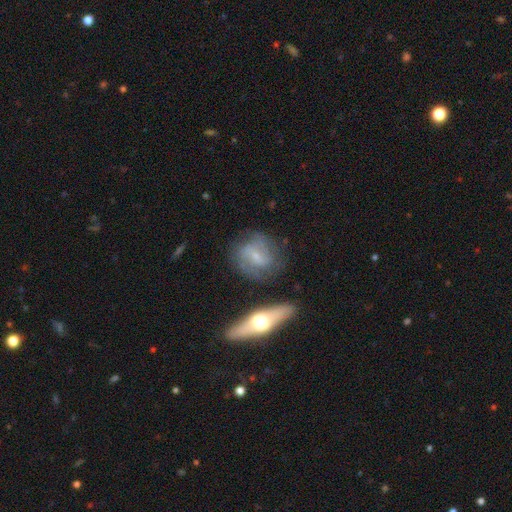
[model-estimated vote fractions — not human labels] Smooth or featured?
  - featured or disk: 68% *
  - smooth: 25%
  - star or artifact: 7%
Edge-on disk?
  - no: 91% *
  - yes: 9%
Bar?
  - weak: 45% *
  - no: 39%
  - strong: 16%
Spiral arms?
  - yes: 83% *
  - no: 17%
Spiral winding?
  - medium: 42% *
  - tight: 35%
  - loose: 24%
Spiral arm count?
  - 2: 61% *
  - can't tell: 22%
  - 3: 8%
  - 1: 3%
  - 4: 3%
  - more than 4: 2%
Bulge size?
  - small: 66% *
  - moderate: 26%
  - none: 5%
  - large: 2%
  - dominant: 1%
Merging?
  - none: 69% *
  - minor disturbance: 19%
  - major disturbance: 7%
  - merger: 5%